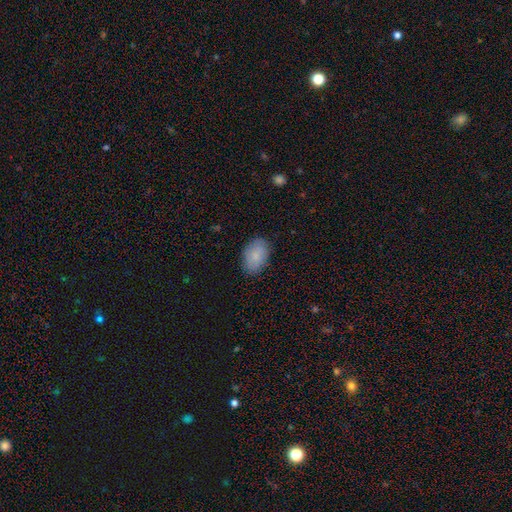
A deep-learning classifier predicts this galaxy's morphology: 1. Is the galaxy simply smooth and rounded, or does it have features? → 84% smooth, 9% featured or disk, 7% star or artifact.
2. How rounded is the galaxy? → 86% in between, 13% round, 1% cigar-shaped.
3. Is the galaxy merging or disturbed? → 85% none, 11% minor disturbance, 3% major disturbance, 1% merger.